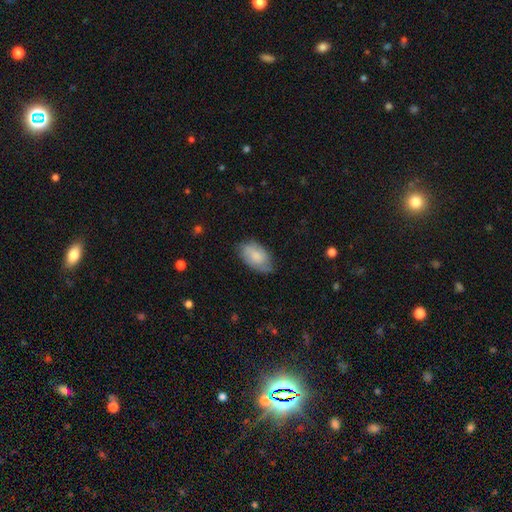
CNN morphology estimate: A smooth galaxy with no disk features (68%) that is in between round and cigar-shaped (93%). Merging: none (65%).